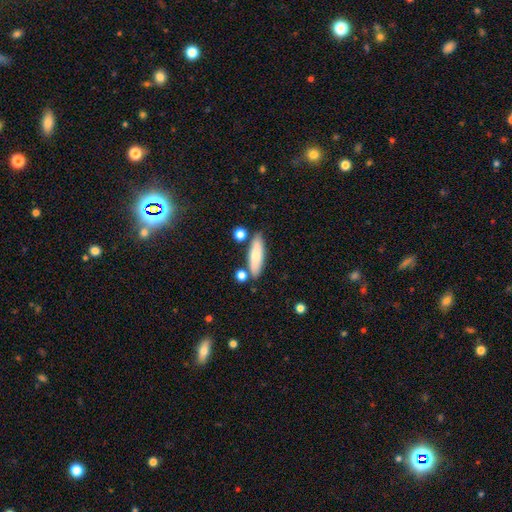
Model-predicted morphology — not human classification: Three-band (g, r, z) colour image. It shows a smooth galaxy with no disk features (74%) that is cigar-shaped (57%). Merging: none (75%).